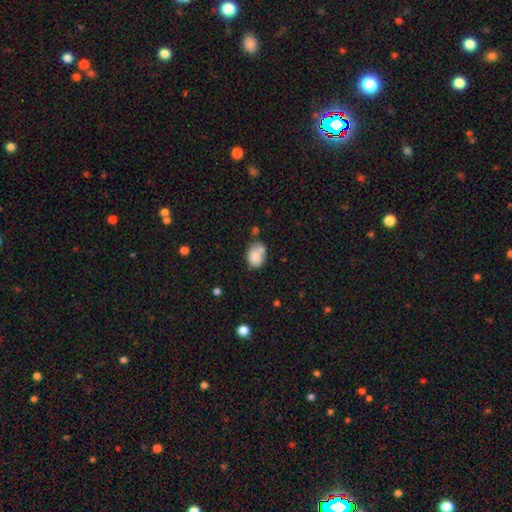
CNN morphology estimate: Overall: smooth (81%). How rounded: in between (70%). Merging: none (48%; merger 24%).